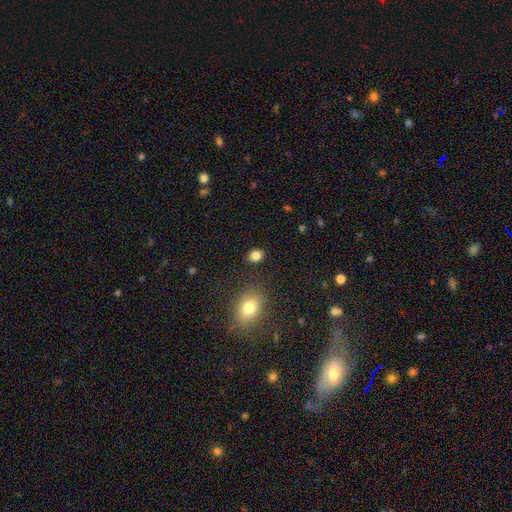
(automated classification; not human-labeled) The model was most divided on "how rounded": round: 54%, in between: 45%, cigar-shaped: 1%. More confident: merging — none (87%); smooth or featured — smooth (84%).